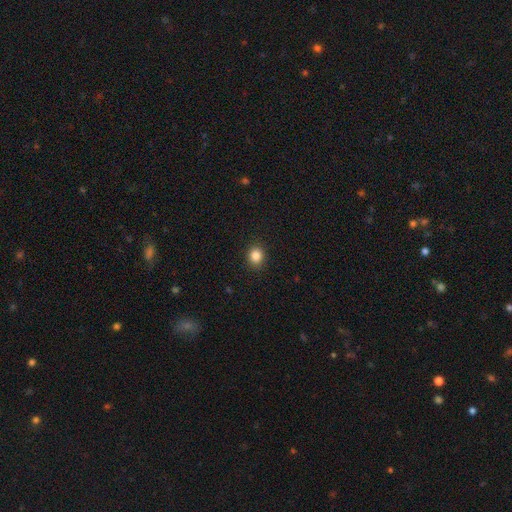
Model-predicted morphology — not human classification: smooth-or-featured: smooth: 85% | star or artifact: 11% | featured or disk: 4%
  how-rounded: round: 77% | in between: 22% | cigar-shaped: 1%
  merging: none: 90% | minor disturbance: 7% | major disturbance: 2% | merger: 1%